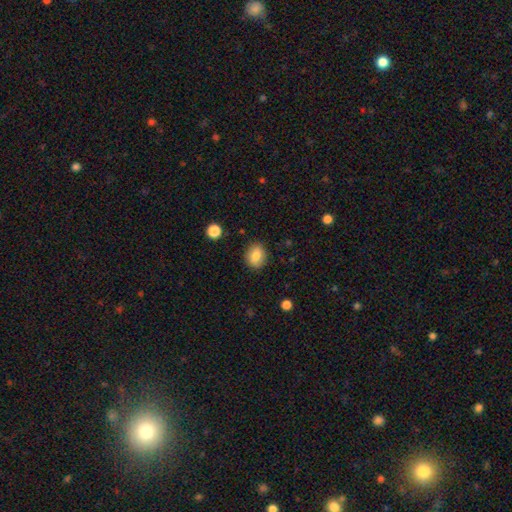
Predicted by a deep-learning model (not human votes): Q: Smooth or featured?
A: smooth (81%); runner-up: featured or disk (10%)
Q: How rounded?
A: round (58%); runner-up: in between (41%)
Q: Merging?
A: none (85%); runner-up: minor disturbance (11%)